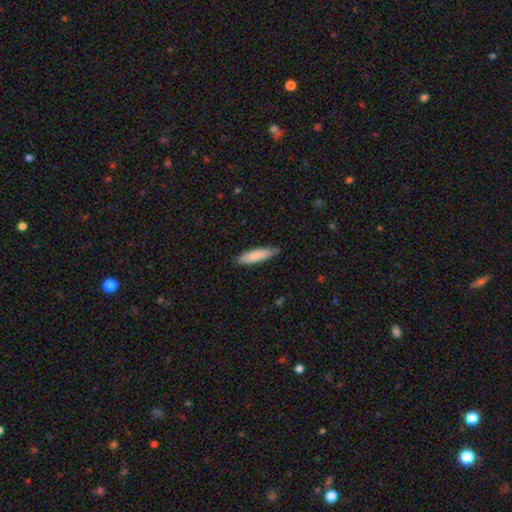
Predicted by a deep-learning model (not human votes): Smooth or featured: smooth — 83% (featured or disk — 12%)
How rounded: cigar-shaped — 72% (in between — 27%)
Merging: none — 82% (minor disturbance — 15%)